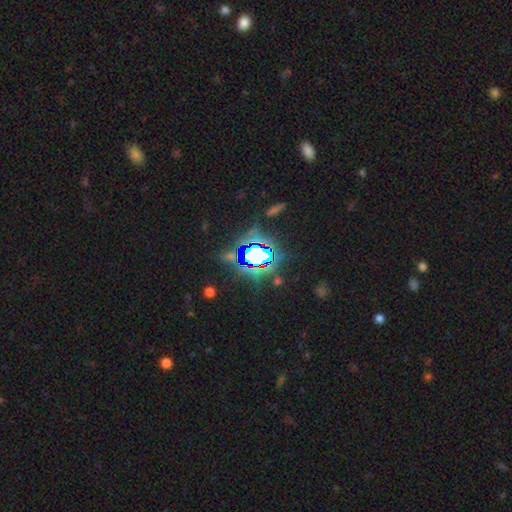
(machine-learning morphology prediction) Smooth or featured? star or artifact (70%)